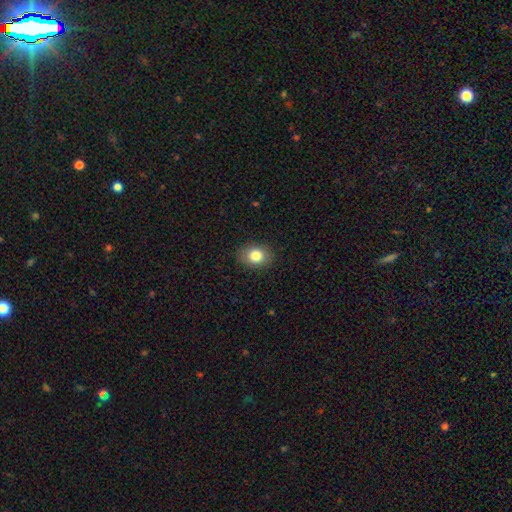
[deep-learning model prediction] smooth_or_featured: smooth (p=0.83) [alt: star or artifact p=0.09]
how_rounded: in between (p=0.56) [alt: round p=0.43]
merging: none (p=0.86) [alt: minor disturbance p=0.10]